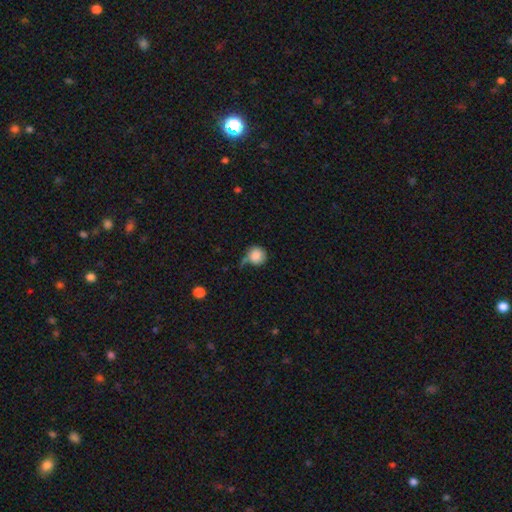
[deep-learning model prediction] The model was most divided on "merging": none: 48%, minor disturbance: 28%, major disturbance: 15%, merger: 9%. More confident: how rounded — round (90%); smooth or featured — smooth (86%).